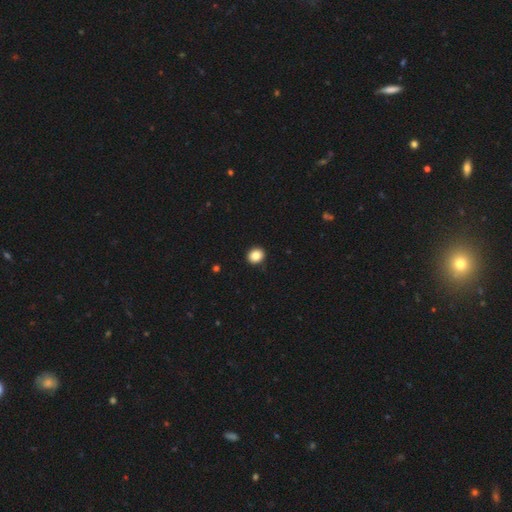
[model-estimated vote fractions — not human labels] Smooth or featured? Predicted: smooth (p=0.86). How rounded? Predicted: round (p=0.77). Merging? Predicted: none (p=0.92).